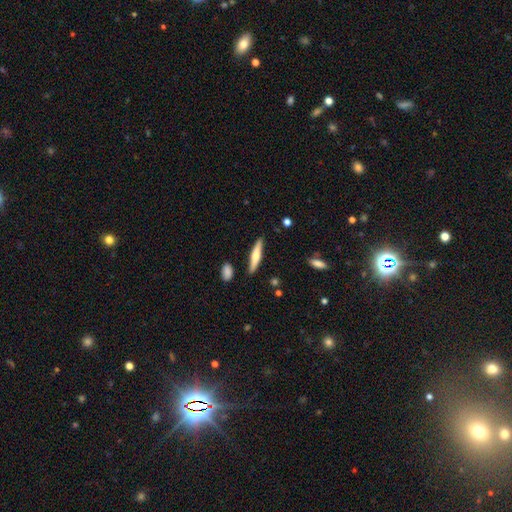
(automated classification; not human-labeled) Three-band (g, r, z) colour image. It shows a smooth galaxy with no disk features (52%) that is cigar-shaped (85%). Merging: none (86%).